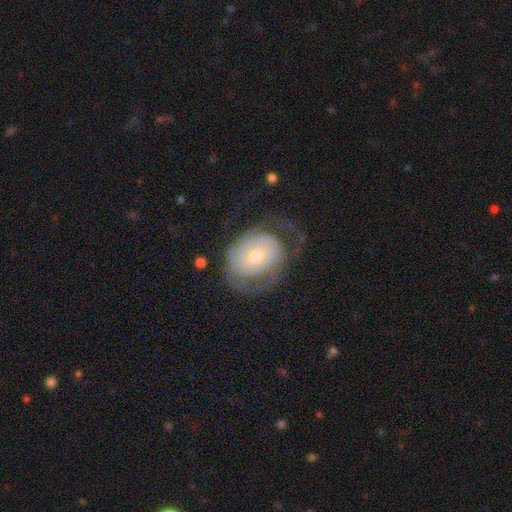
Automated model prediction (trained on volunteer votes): This is likely a featured or disk galaxy (79%). It is clearly not viewed edge-on (97%). Bar: likely no (66%). Spiral arm pattern: clearly yes (90%). Spiral arm count: marginally can't tell (40%). Spiral winding: likely tight (68%). Central bulge: possibly small (50%). Merging: possibly none (57%).